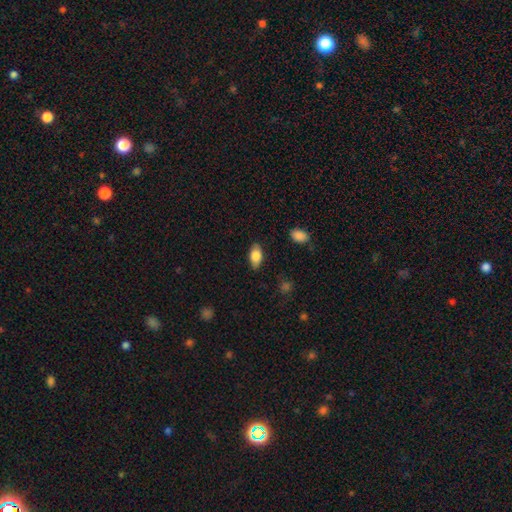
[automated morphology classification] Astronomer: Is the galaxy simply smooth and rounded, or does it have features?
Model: smooth — 80%.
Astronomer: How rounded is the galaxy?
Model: in between — 90%.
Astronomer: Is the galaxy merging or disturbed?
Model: none — 85%.